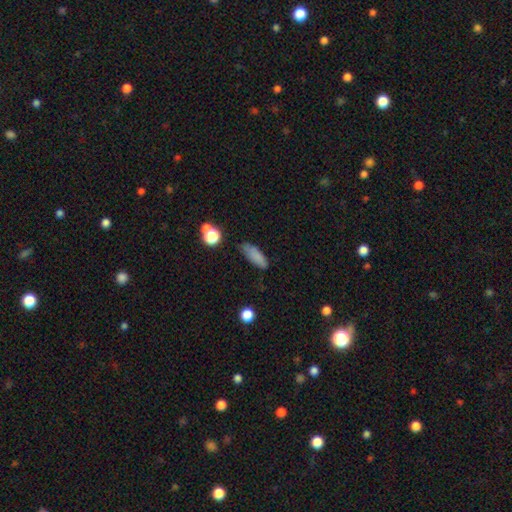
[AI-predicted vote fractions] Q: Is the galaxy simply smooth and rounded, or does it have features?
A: smooth — 80%.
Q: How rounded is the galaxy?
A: in between — 55%.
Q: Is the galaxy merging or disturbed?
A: none — 68%.